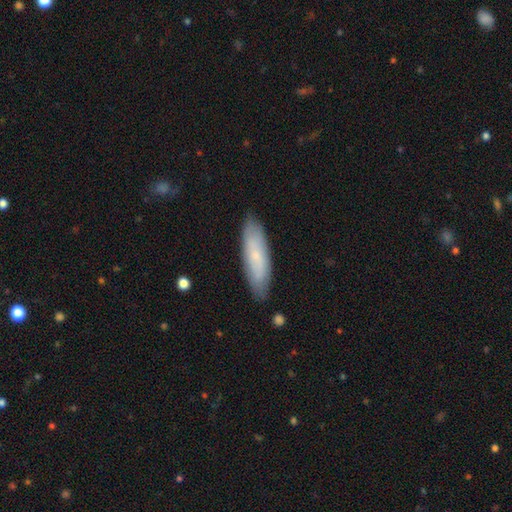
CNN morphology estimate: type=smooth (64%); roundness=cigar-shaped (59%); merging=none (85%).